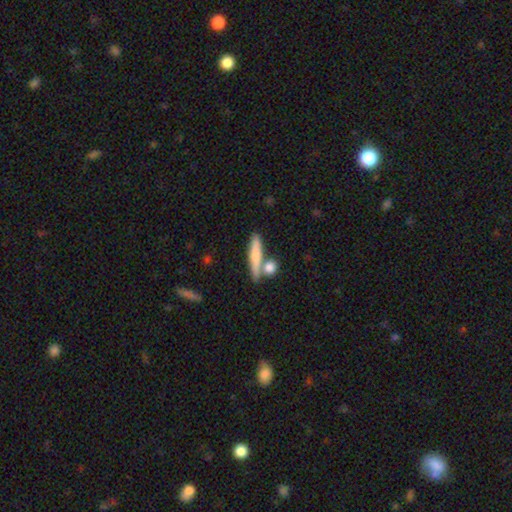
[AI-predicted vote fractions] smooth 69%, featured or disk 25%, star or artifact 6%. Down the decision tree: how rounded — cigar-shaped (78%); merging — none (64%).